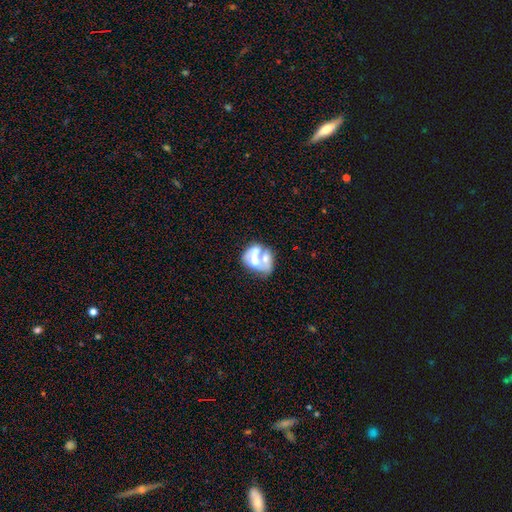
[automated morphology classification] The model was most divided on "smooth or featured": featured or disk: 48%, smooth: 41%, star or artifact: 11%. More confident: merging — merger (64%).